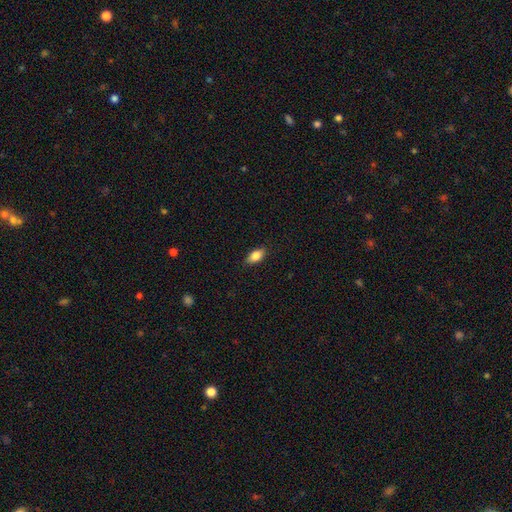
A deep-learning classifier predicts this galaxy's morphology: smooth_or_featured: smooth (p=0.84) [alt: featured or disk p=0.09]
how_rounded: in between (p=0.88) [alt: cigar-shaped p=0.06]
merging: none (p=0.87) [alt: minor disturbance p=0.10]